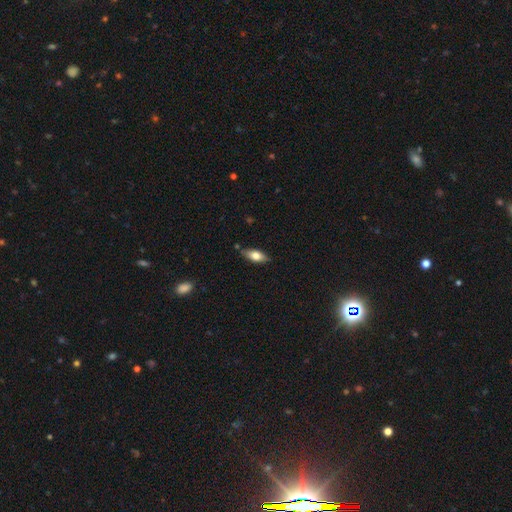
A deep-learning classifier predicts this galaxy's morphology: A smooth galaxy with no disk features (68%) that is in between round and cigar-shaped (77%).

Vote fractions:
- Smooth or featured? smooth: 68% / featured or disk: 26% / star or artifact: 7%
- How rounded? in between: 77% / cigar-shaped: 20% / round: 3%
- Merging? none: 79% / minor disturbance: 15% / merger: 3% / major disturbance: 3%